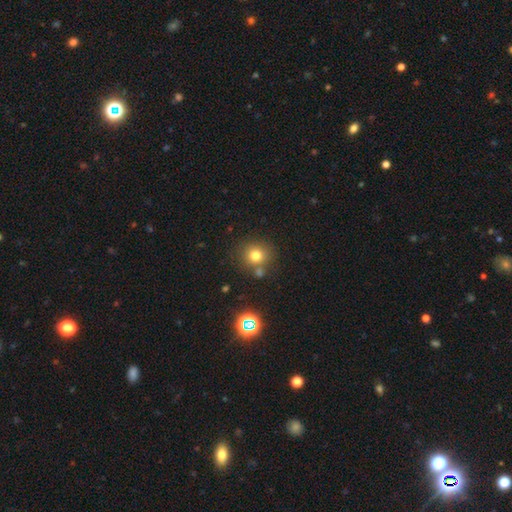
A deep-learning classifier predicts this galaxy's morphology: The model was most divided on "merging": none: 72%, merger: 14%, minor disturbance: 10%, major disturbance: 4%. More confident: how rounded — round (87%); smooth or featured — smooth (75%).